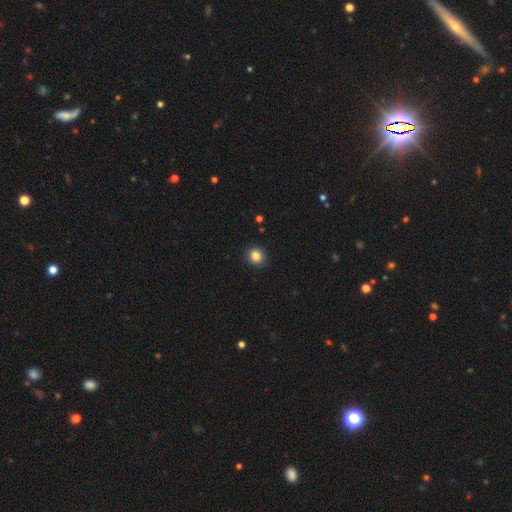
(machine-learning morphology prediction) smooth-or-featured: smooth: 85% | star or artifact: 11% | featured or disk: 4%
  how-rounded: round: 87% | in between: 13% | cigar-shaped: 1%
  merging: none: 91% | minor disturbance: 6% | major disturbance: 2% | merger: 1%